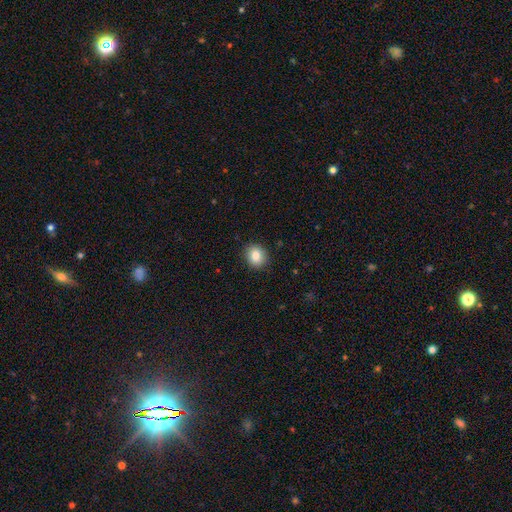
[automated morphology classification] smooth-or-featured: smooth: 85% | star or artifact: 9% | featured or disk: 6%
  how-rounded: round: 71% | in between: 28% | cigar-shaped: 1%
  merging: none: 90% | minor disturbance: 7% | major disturbance: 2% | merger: 1%